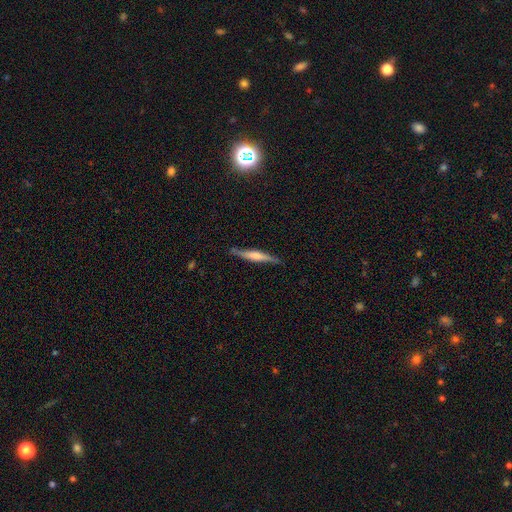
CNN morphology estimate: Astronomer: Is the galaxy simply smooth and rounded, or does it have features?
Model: featured or disk — 53% (runner-up: smooth, 41%).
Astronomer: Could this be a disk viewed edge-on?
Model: yes — 94%.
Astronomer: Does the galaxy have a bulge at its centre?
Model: rounded — 49% (runner-up: boxy, 31%).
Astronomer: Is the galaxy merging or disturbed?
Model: none — 81%.